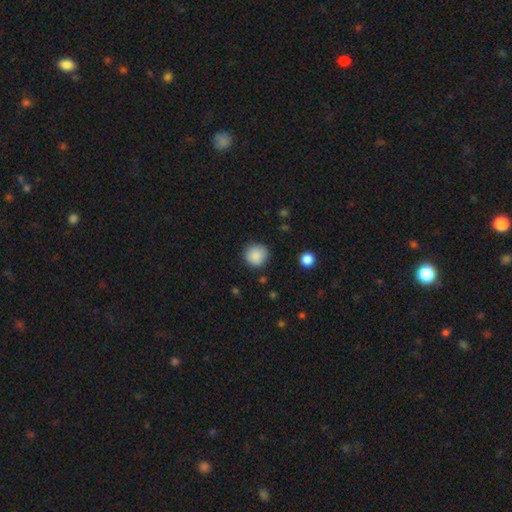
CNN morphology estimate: A smooth galaxy with no disk features (87%) that is round (93%).

Vote fractions:
- Smooth or featured? smooth: 87% / star or artifact: 9% / featured or disk: 4%
- How rounded? round: 93% / in between: 6% / cigar-shaped: 1%
- Merging? none: 86% / minor disturbance: 10% / major disturbance: 3% / merger: 1%